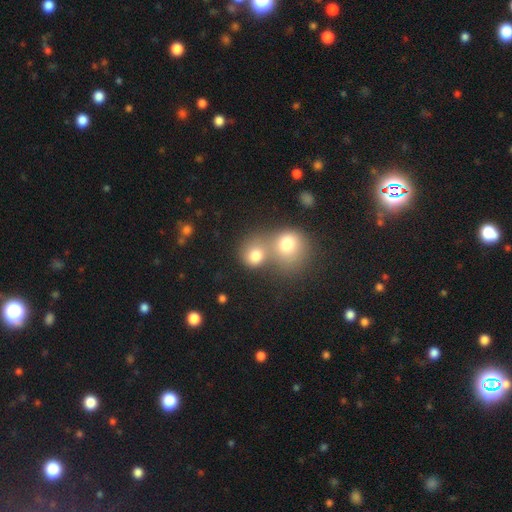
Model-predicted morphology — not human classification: Smooth or featured?
  - smooth: 77% *
  - star or artifact: 12%
  - featured or disk: 11%
How rounded?
  - round: 81% *
  - in between: 18%
  - cigar-shaped: 1%
Merging?
  - merger: 61% *
  - none: 29%
  - minor disturbance: 6%
  - major disturbance: 4%